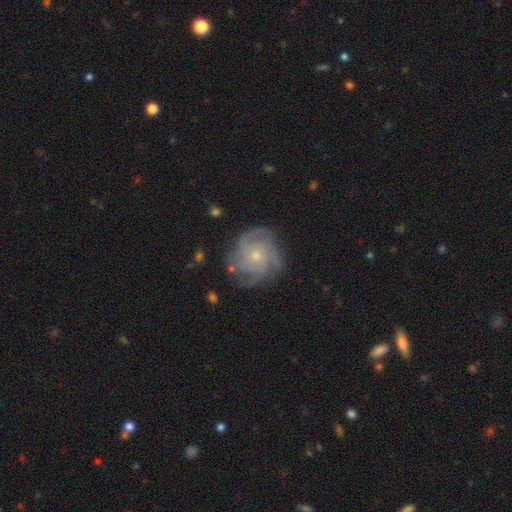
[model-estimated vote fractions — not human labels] Overall: featured or disk (87%). Edge-on disk: no (98%). Bar: no (80%). Spiral arms: yes (97%). Spiral arm count: 4 (34%; 3 27%). Spiral winding: tight (59%; medium 34%). Bulge size: small (67%; moderate 29%). Merging: none (77%).